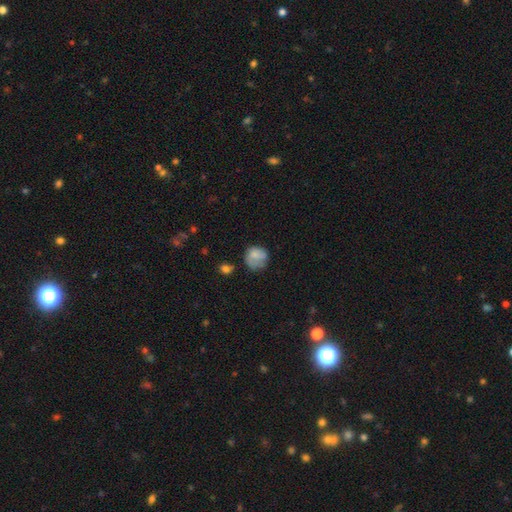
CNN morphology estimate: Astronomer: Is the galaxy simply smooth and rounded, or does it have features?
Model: smooth — 72%.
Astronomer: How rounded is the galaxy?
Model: round — 74%.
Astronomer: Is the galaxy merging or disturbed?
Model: none — 46% (runner-up: minor disturbance, 31%).